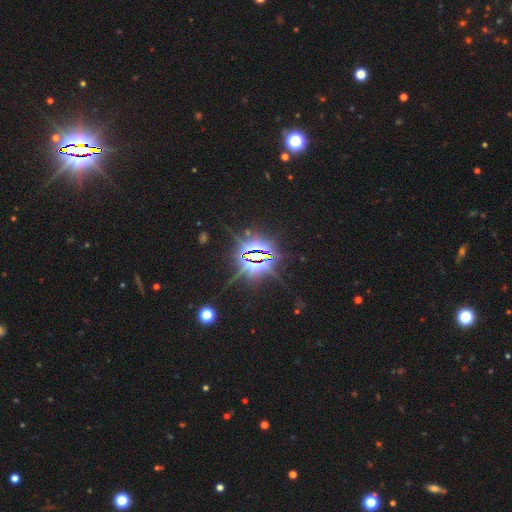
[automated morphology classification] Smooth or featured?
  - star or artifact: 85% *
  - featured or disk: 9%
  - smooth: 6%